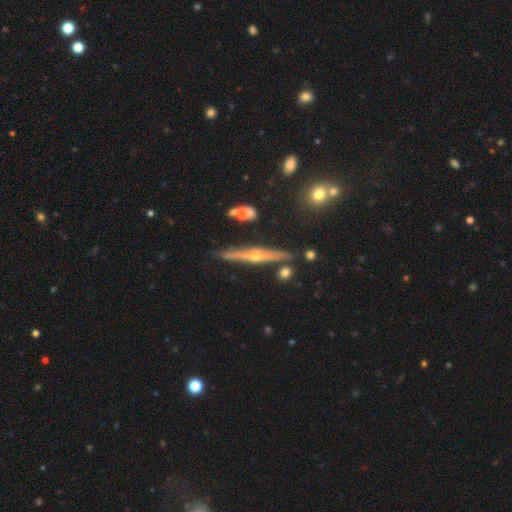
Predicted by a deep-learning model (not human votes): Smooth or featured?
  - featured or disk: 80% *
  - smooth: 13%
  - star or artifact: 7%
Edge-on disk?
  - yes: 97% *
  - no: 3%
Edge-on bulge?
  - rounded: 91% *
  - none: 6%
  - boxy: 3%
Merging?
  - none: 84% *
  - minor disturbance: 9%
  - merger: 5%
  - major disturbance: 2%